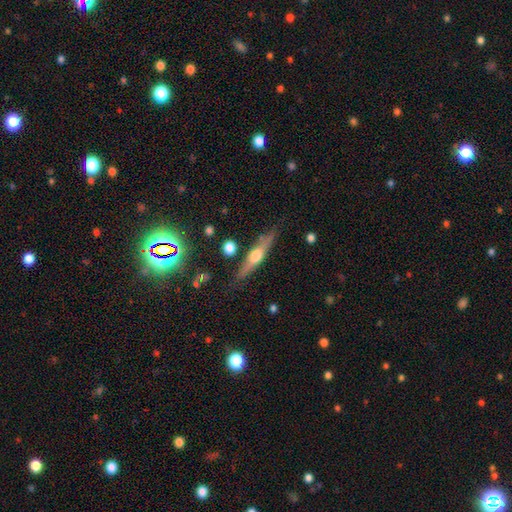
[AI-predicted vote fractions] Smooth or featured? Predicted: featured or disk (p=0.63). Edge-on disk? Predicted: yes (p=0.94). Edge-on bulge? Predicted: rounded (p=0.91). Merging? Predicted: none (p=0.81).